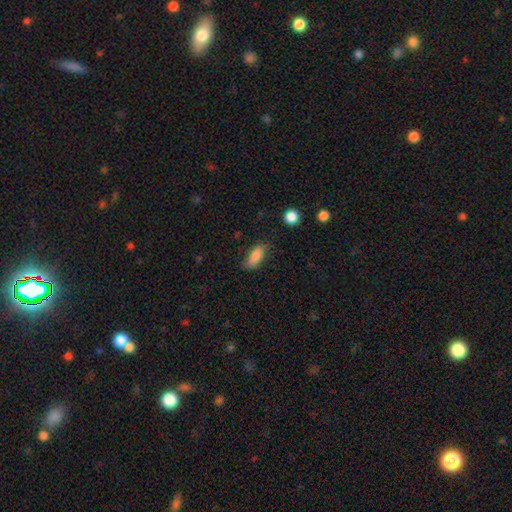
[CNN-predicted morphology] This is clearly a smooth galaxy (85%). How rounded: clearly in between (80%). Merging: likely none (73%).